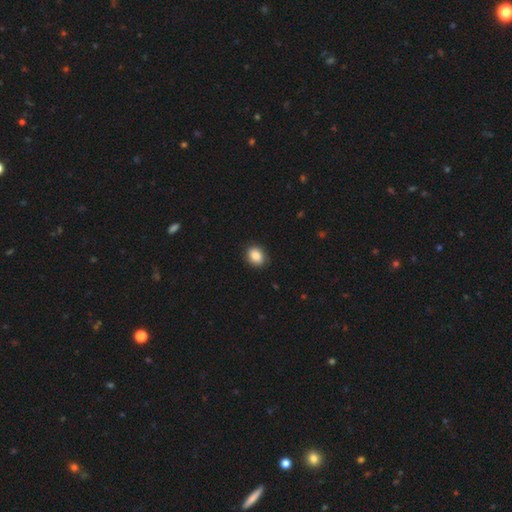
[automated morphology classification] This is clearly a smooth galaxy (88%). How rounded: likely in between (62%). Merging: clearly none (87%).